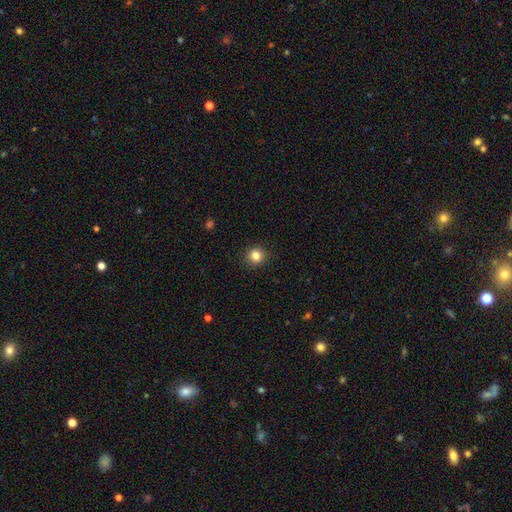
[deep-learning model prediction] This is clearly a smooth galaxy (83%). How rounded: clearly round (91%). Merging: clearly none (91%).